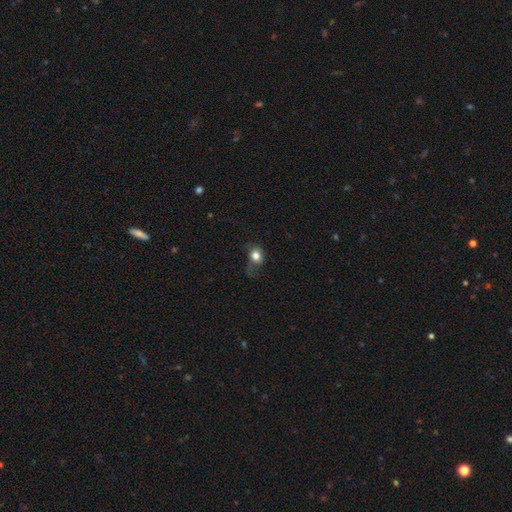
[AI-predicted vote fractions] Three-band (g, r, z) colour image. It shows a smooth galaxy with no disk features (76%) that is round (65%). Merging: none (38%).